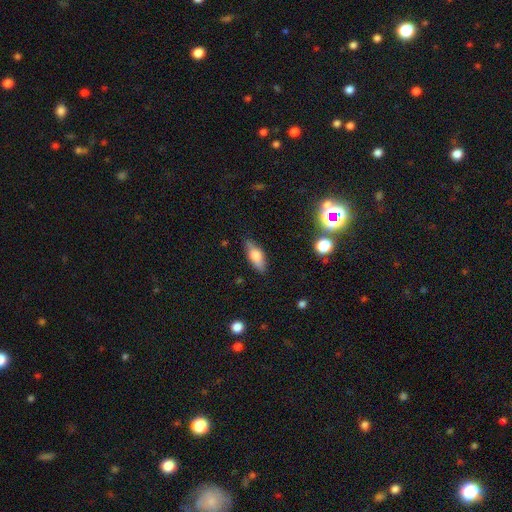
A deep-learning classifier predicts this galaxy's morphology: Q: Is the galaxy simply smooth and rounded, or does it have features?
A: smooth — 66%.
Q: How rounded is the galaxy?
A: in between — 72%.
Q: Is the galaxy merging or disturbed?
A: none — 80%.